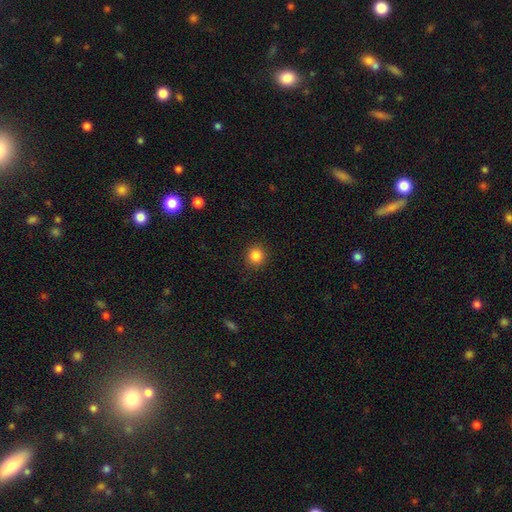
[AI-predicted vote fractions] Q: Smooth or featured?
A: smooth (85%); runner-up: star or artifact (11%)
Q: How rounded?
A: round (92%); runner-up: in between (7%)
Q: Merging?
A: none (91%); runner-up: minor disturbance (6%)